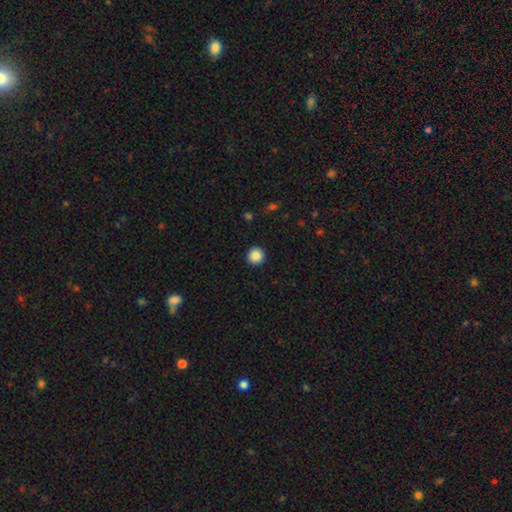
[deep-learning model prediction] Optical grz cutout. It shows a smooth galaxy with no disk features (87%) that is round (96%). Merging: none (93%).